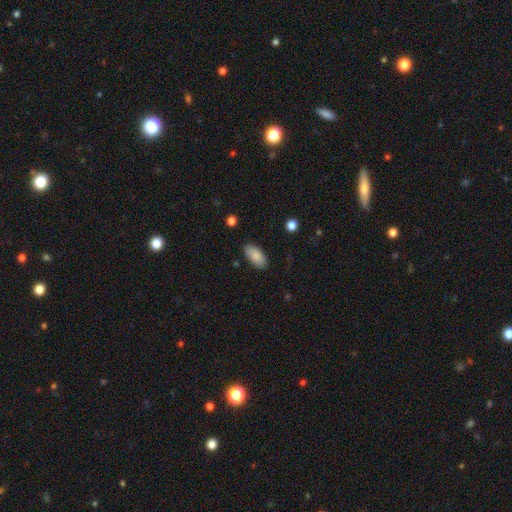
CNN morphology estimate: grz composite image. It shows a smooth galaxy with no disk features (85%) that is in between round and cigar-shaped (93%). Merging: none (85%).